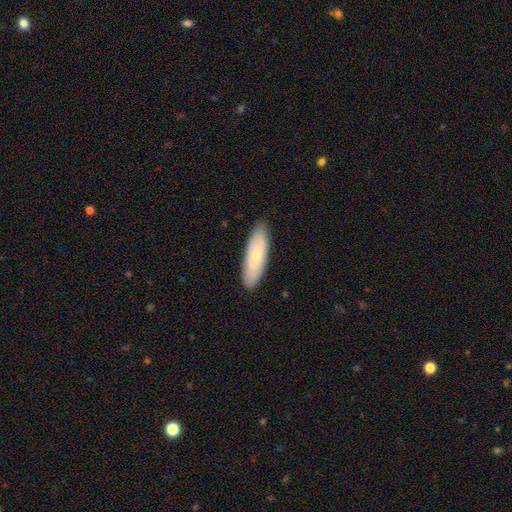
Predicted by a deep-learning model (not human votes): This appears to be a smooth galaxy with no disk features (68%) that is cigar-shaped (58%). Merging: none (88%).